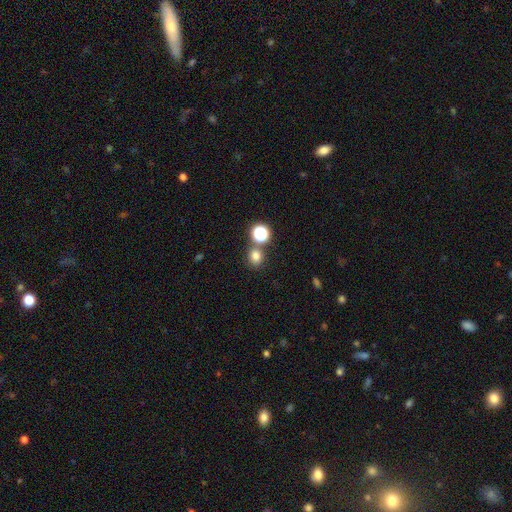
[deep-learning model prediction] This is likely a smooth galaxy (75%). How rounded: likely round (77%). Merging: likely none (73%).